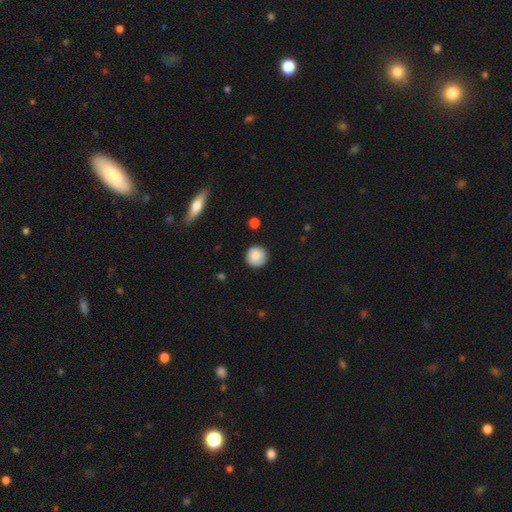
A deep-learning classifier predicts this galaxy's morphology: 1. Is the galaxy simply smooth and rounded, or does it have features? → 81% smooth, 11% featured or disk, 7% star or artifact.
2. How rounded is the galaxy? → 93% round, 6% in between, 1% cigar-shaped.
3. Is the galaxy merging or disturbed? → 81% none, 14% minor disturbance, 3% major disturbance, 1% merger.